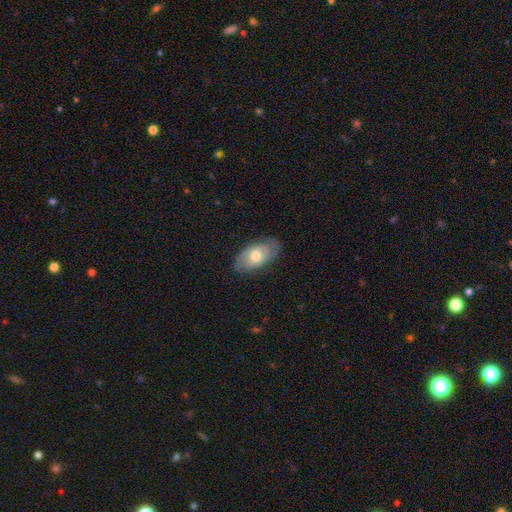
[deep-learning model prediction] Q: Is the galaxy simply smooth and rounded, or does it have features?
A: featured or disk — 52%.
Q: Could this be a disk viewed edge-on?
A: no — 90%.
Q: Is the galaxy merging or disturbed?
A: none — 77%.